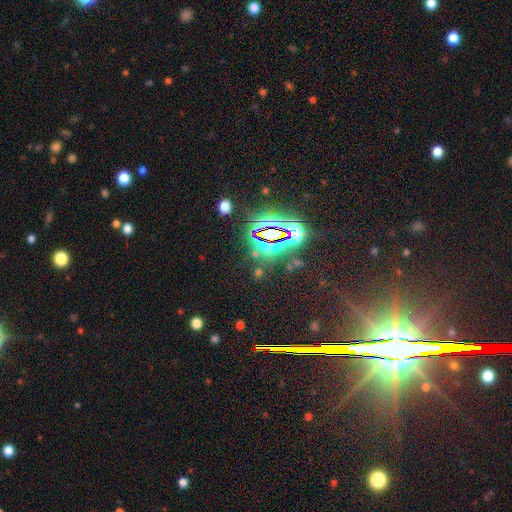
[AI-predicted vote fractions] smooth-or-featured: star or artifact: 80% | smooth: 11% | featured or disk: 9%